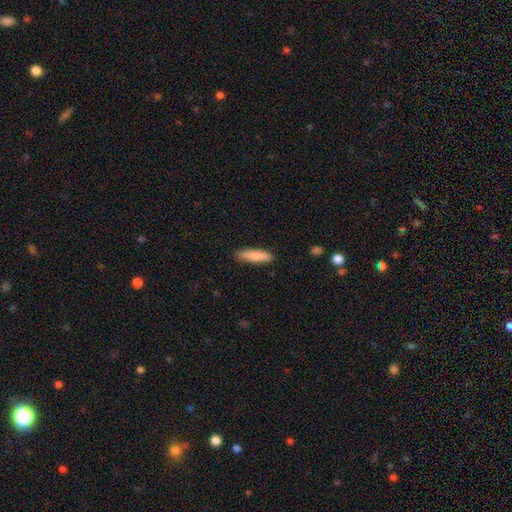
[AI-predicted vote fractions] Smooth or featured? Predicted: smooth (p=0.83). How rounded? Predicted: cigar-shaped (p=0.76). Merging? Predicted: none (p=0.86).